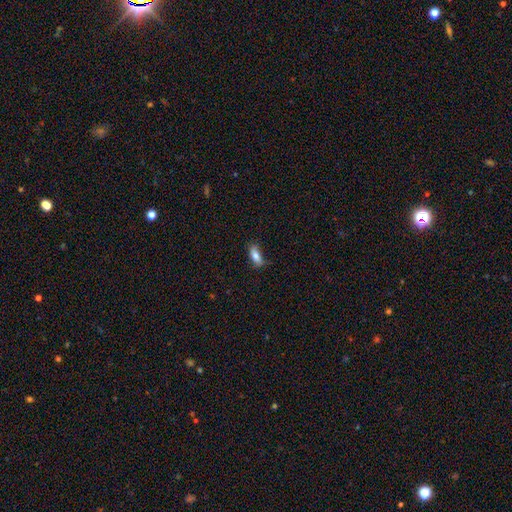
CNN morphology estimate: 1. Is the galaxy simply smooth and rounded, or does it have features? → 77% smooth, 15% featured or disk, 8% star or artifact.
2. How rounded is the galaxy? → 77% in between, 20% cigar-shaped, 3% round.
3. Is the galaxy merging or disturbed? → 65% none, 27% minor disturbance, 7% major disturbance, 2% merger.